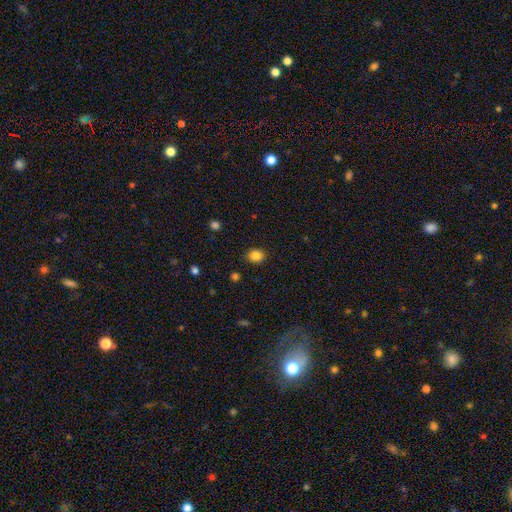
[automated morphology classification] A smooth galaxy with no disk features (85%) that is round (80%). Merging: none (89%).